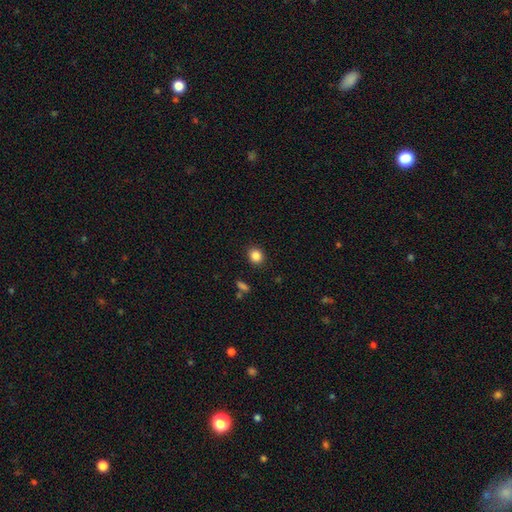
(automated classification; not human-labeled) Morphology: type=smooth (86%); roundness=round (74%); merging=none (89%).